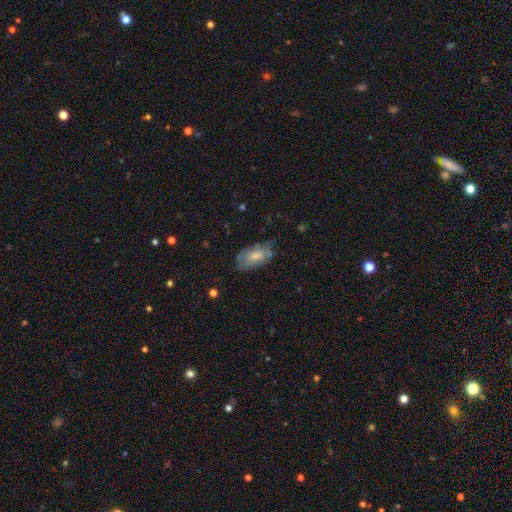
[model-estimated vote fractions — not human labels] Q: Smooth or featured?
A: smooth (63%); runner-up: featured or disk (30%)
Q: How rounded?
A: in between (92%); runner-up: round (4%)
Q: Merging?
A: none (55%); runner-up: minor disturbance (31%)